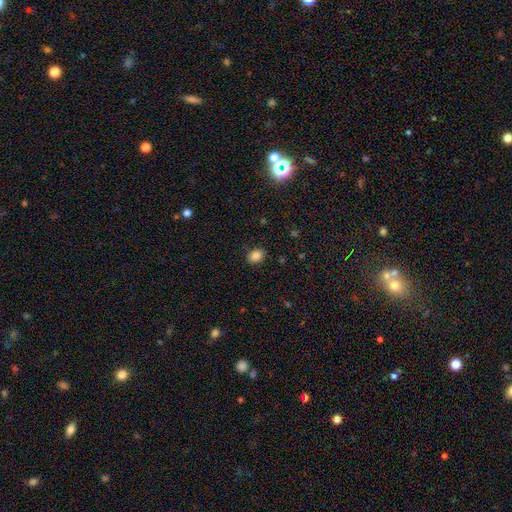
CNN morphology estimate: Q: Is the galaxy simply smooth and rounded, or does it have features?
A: smooth — 85%.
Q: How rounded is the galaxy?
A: in between — 63%.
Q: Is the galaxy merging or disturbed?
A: none — 87%.